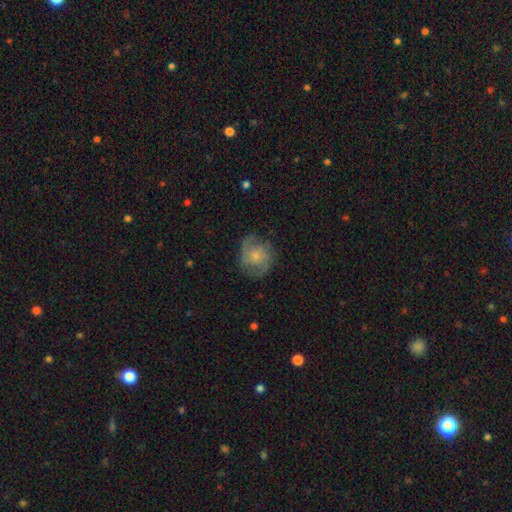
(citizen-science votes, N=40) smooth-or-featured: featured or disk: 50% | smooth: 45% | star or artifact: 5%
  disk-edge-on: no: 95% | yes: 5%
    bar: no: 74% | weak: 21% | strong: 5%
    has-spiral-arms: yes: 84% | no: 16%
      spiral-winding: medium: 56% | loose: 31% | tight: 12%
      spiral-arm-count: 2: 94% | can't tell: 6% | 1: 0% | 3: 0% | 4: 0% | more than 4: 0%
    bulge-size: small: 63% | moderate: 26% | none: 11% | dominant: 0% | large: 0%
  merging: none: 63% | minor disturbance: 24% | major disturbance: 11% | merger: 3%